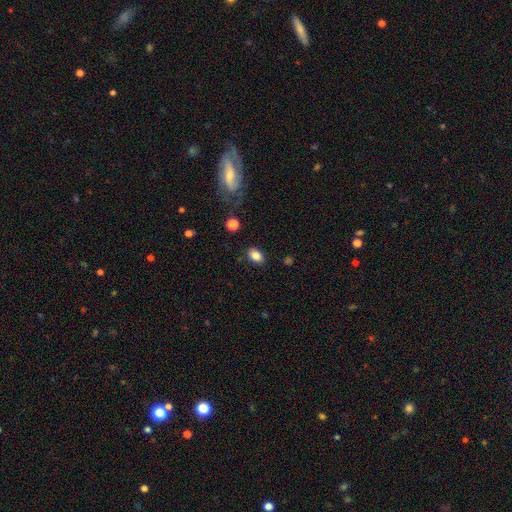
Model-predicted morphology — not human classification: smooth 85%, star or artifact 9%, featured or disk 6%. Down the decision tree: how rounded — in between (83%); merging — none (84%).